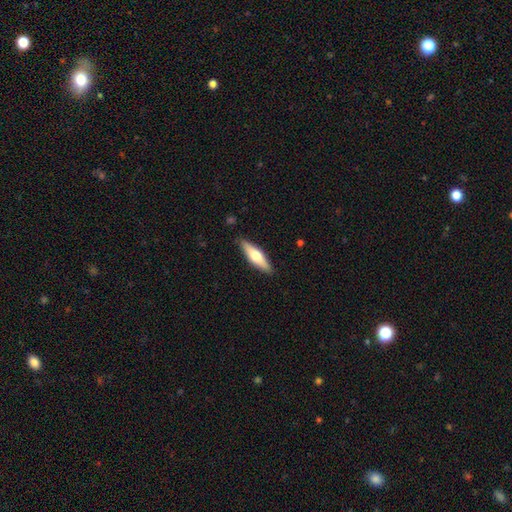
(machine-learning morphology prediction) Smooth or featured: smooth — 52% (featured or disk — 43%)
How rounded: cigar-shaped — 60% (in between — 38%)
Merging: none — 88% (minor disturbance — 9%)